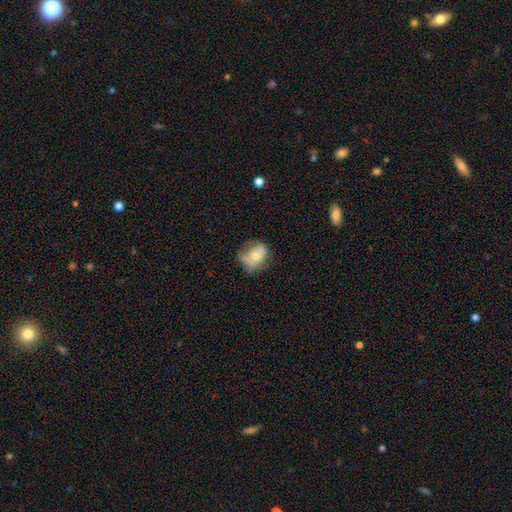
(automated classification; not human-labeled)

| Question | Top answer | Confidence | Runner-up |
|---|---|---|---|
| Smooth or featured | smooth | 62% | featured or disk (30%) |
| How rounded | in between | 59% | round (39%) |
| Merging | none | 37% | minor disturbance (34%) |